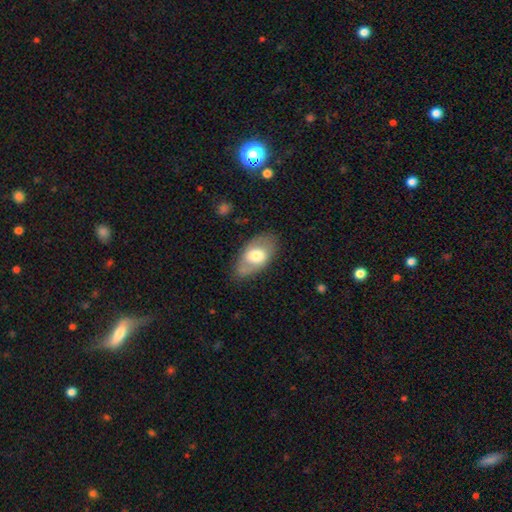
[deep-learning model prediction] smooth_or_featured: smooth (p=0.61) [alt: featured or disk p=0.32]
how_rounded: in between (p=0.92) [alt: round p=0.06]
merging: none (p=0.70) [alt: minor disturbance p=0.21]